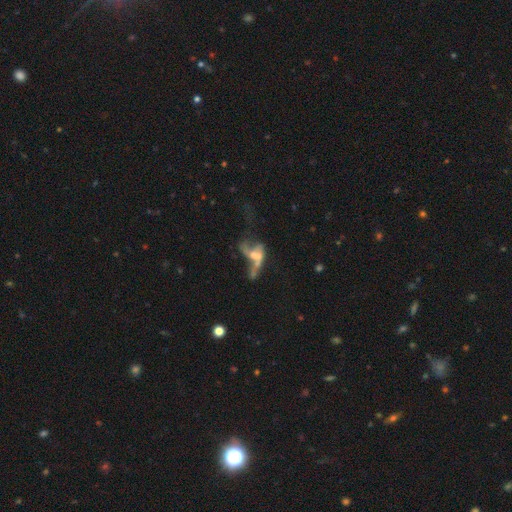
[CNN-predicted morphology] This is possibly a featured or disk galaxy (58%). It is clearly not viewed edge-on (91%). Bar: likely no (77%). Spiral arm pattern: likely no (76%). Central bulge: marginally none (41%). Merging: possibly merger (47%).